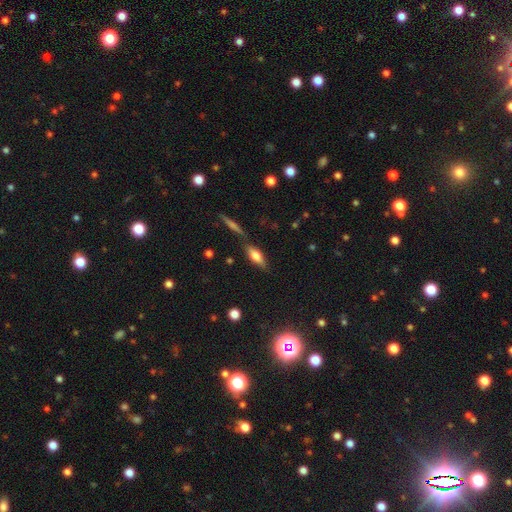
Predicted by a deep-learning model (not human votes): smooth_or_featured: smooth (p=0.61) [alt: featured or disk p=0.31]
how_rounded: in between (p=0.61) [alt: cigar-shaped p=0.36]
merging: none (p=0.72) [alt: minor disturbance p=0.14]